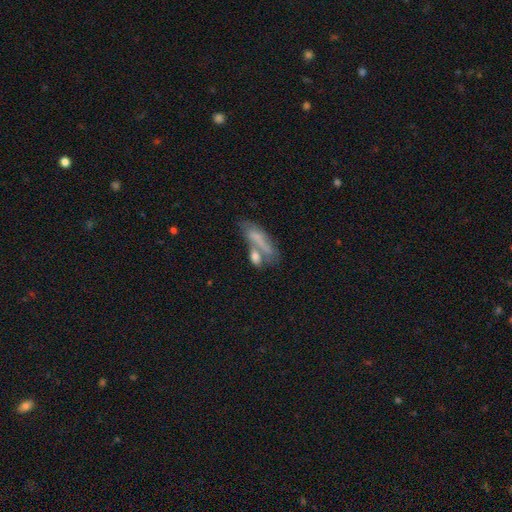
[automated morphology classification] This appears to be a smooth galaxy with no disk features (67%) that is in between round and cigar-shaped (51%). Merging: merger (42%).